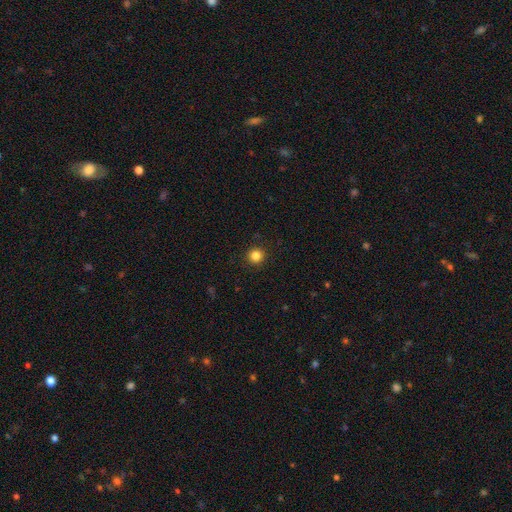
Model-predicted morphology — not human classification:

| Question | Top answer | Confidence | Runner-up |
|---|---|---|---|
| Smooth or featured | smooth | 84% | star or artifact (12%) |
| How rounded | round | 95% | in between (4%) |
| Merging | none | 92% | minor disturbance (5%) |